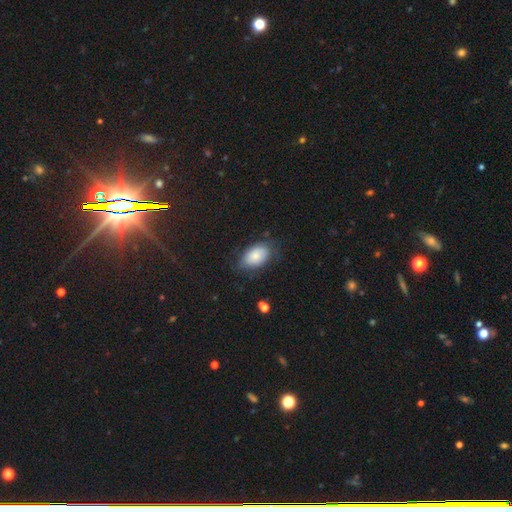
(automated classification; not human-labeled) Q: Smooth or featured?
A: smooth (73%); runner-up: featured or disk (18%)
Q: How rounded?
A: in between (89%); runner-up: round (9%)
Q: Merging?
A: none (66%); runner-up: minor disturbance (24%)